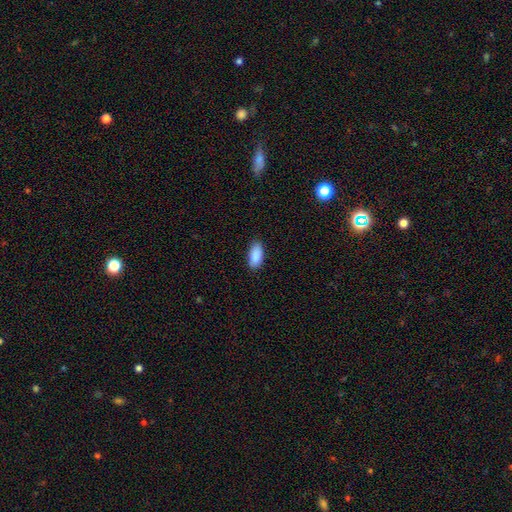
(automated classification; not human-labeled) smooth-or-featured: smooth: 91% | star or artifact: 6% | featured or disk: 3%
  how-rounded: in between: 90% | cigar-shaped: 8% | round: 2%
  merging: none: 86% | minor disturbance: 11% | major disturbance: 2% | merger: 1%